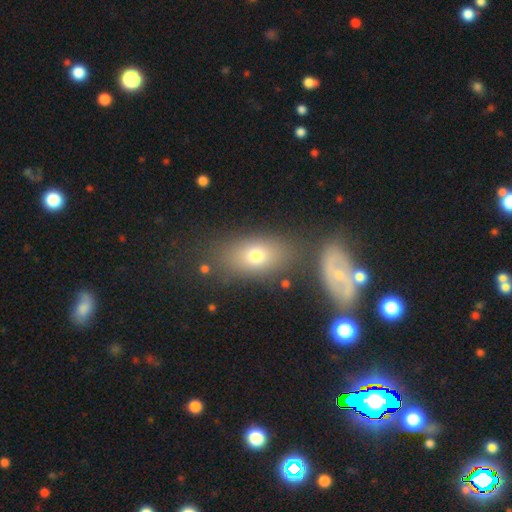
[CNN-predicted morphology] smooth-or-featured: smooth: 71% | featured or disk: 18% | star or artifact: 11%
  how-rounded: in between: 80% | round: 16% | cigar-shaped: 5%
  merging: none: 69% | minor disturbance: 13% | merger: 13% | major disturbance: 5%